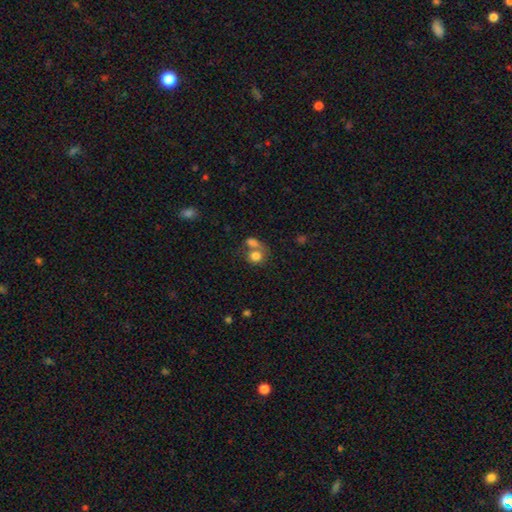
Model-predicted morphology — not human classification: Smooth or featured?
  - smooth: 78% *
  - featured or disk: 12%
  - star or artifact: 10%
How rounded?
  - round: 69% *
  - in between: 30%
  - cigar-shaped: 1%
Merging?
  - merger: 52% *
  - none: 32%
  - minor disturbance: 9%
  - major disturbance: 7%